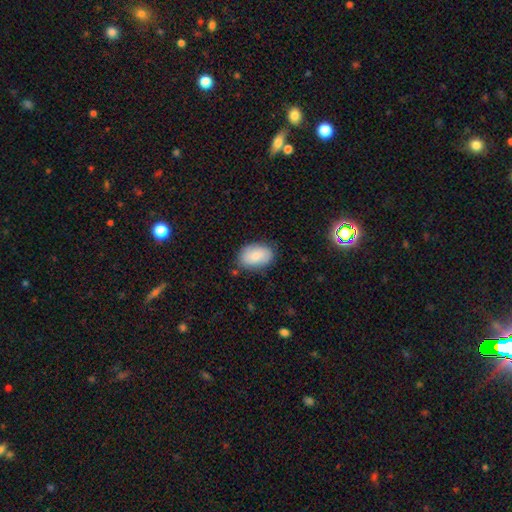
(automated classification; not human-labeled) Smooth or featured?
  - smooth: 83% *
  - featured or disk: 10%
  - star or artifact: 6%
How rounded?
  - in between: 88% *
  - round: 11%
  - cigar-shaped: 1%
Merging?
  - none: 80% *
  - minor disturbance: 15%
  - major disturbance: 3%
  - merger: 2%